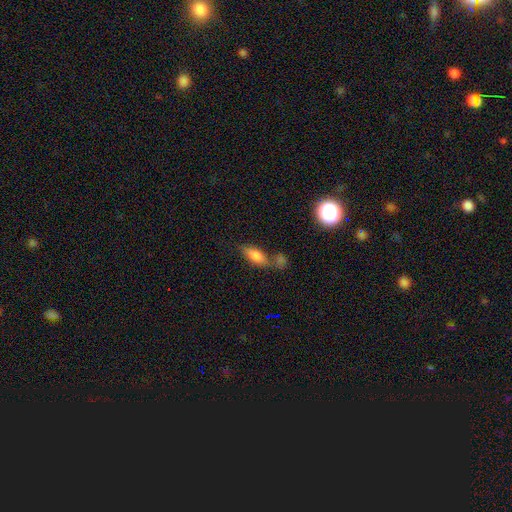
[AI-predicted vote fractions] Smooth or featured? smooth (79%)
How rounded? in between (73%)
Merging? none (51%)